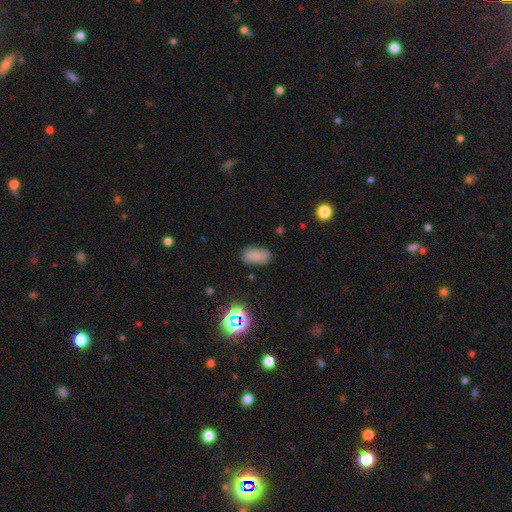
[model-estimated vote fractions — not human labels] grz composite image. It shows a smooth galaxy with no disk features (79%) that is in between round and cigar-shaped (93%). Merging: none (81%).